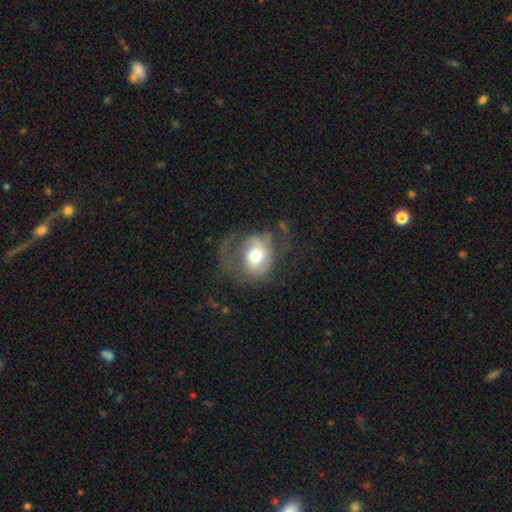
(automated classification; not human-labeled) A smooth galaxy with no disk features (50%).

Vote fractions:
- Smooth or featured? smooth: 50% / featured or disk: 41% / star or artifact: 9%
- Merging? major disturbance: 43% / none: 33% / minor disturbance: 22% / merger: 2%